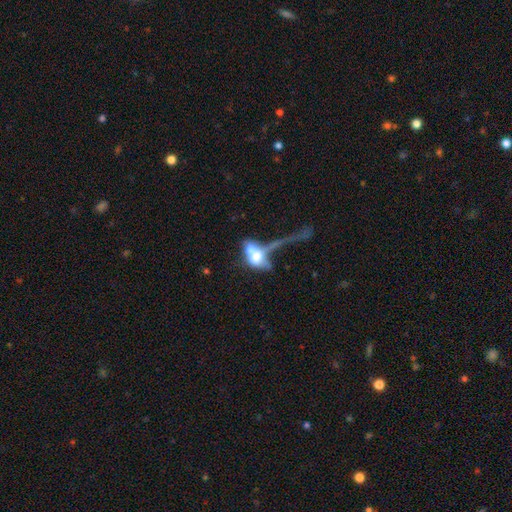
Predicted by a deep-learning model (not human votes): A smooth galaxy with no disk features (49%). Merging: merger (48%).